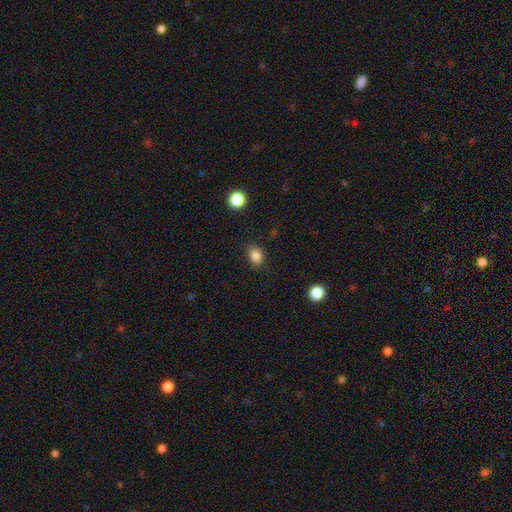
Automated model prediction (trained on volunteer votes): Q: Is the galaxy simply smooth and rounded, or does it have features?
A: smooth — 85%.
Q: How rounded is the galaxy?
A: in between — 58%.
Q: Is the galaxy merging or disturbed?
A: none — 85%.